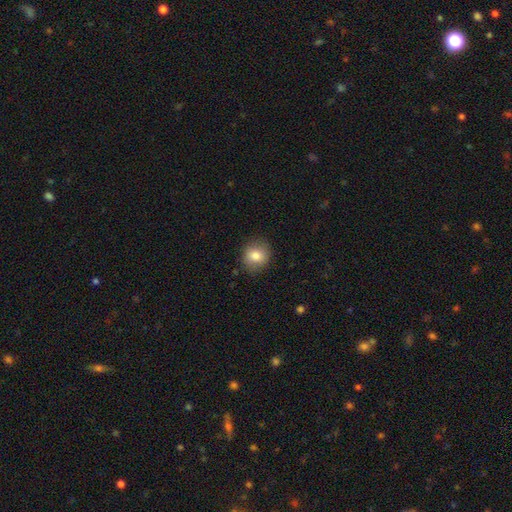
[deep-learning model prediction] Smooth or featured: smooth — 80% (featured or disk — 10%)
How rounded: round — 75% (in between — 24%)
Merging: none — 85% (minor disturbance — 11%)